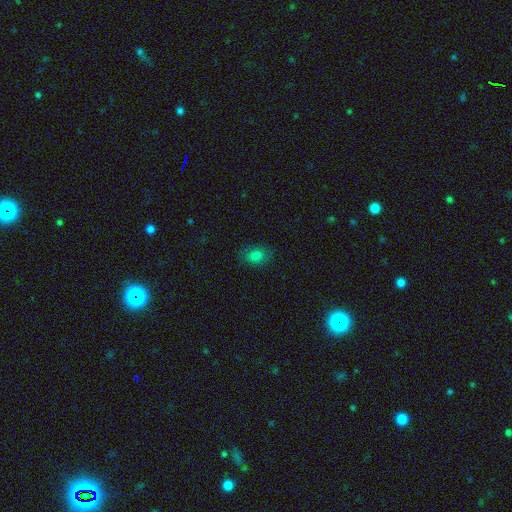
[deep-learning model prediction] The model was most divided on "how rounded": in between: 72%, round: 27%, cigar-shaped: 1%. More confident: merging — none (81%); smooth or featured — smooth (79%).